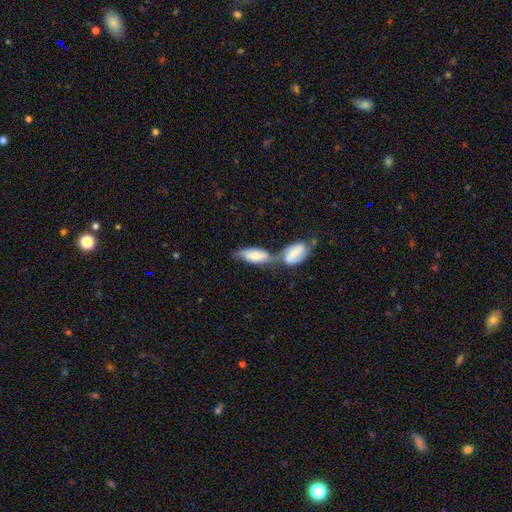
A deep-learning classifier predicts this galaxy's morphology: Smooth or featured: smooth — 63% (featured or disk — 31%)
How rounded: in between — 78% (cigar-shaped — 20%)
Merging: merger — 67% (none — 17%)